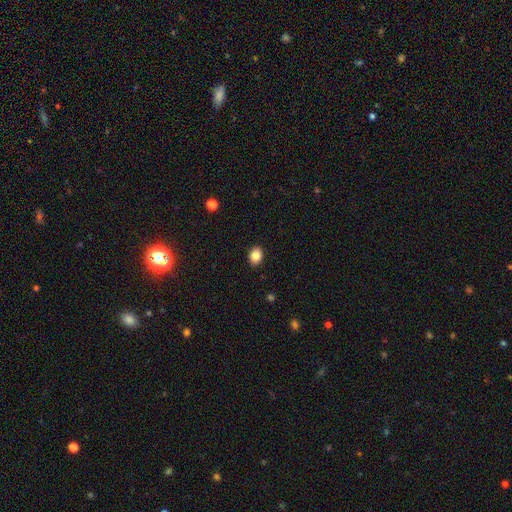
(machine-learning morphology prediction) smooth 86%, star or artifact 9%, featured or disk 5%. Down the decision tree: how rounded — in between (62%); merging — none (90%).